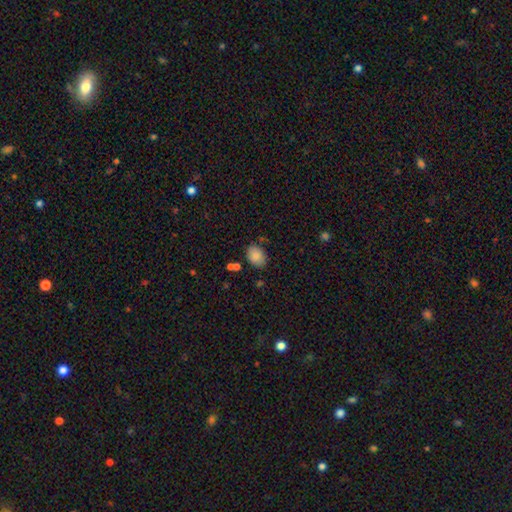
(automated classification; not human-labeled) Smooth or featured?
  - smooth: 85% *
  - star or artifact: 8%
  - featured or disk: 7%
How rounded?
  - in between: 77% *
  - round: 22%
  - cigar-shaped: 1%
Merging?
  - none: 78% *
  - minor disturbance: 14%
  - merger: 4%
  - major disturbance: 3%